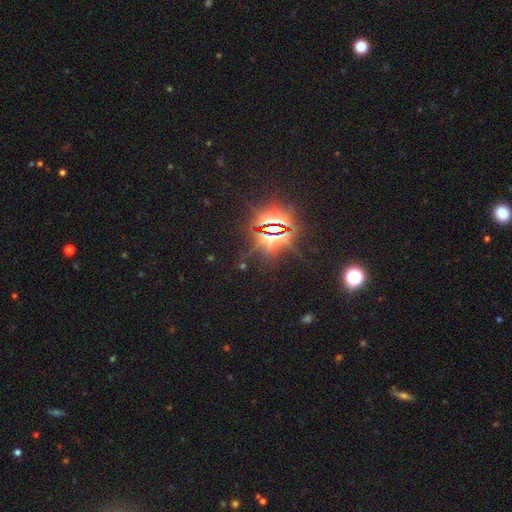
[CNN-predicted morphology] The model was most divided on "smooth or featured": star or artifact: 85%, smooth: 8%, featured or disk: 7%.